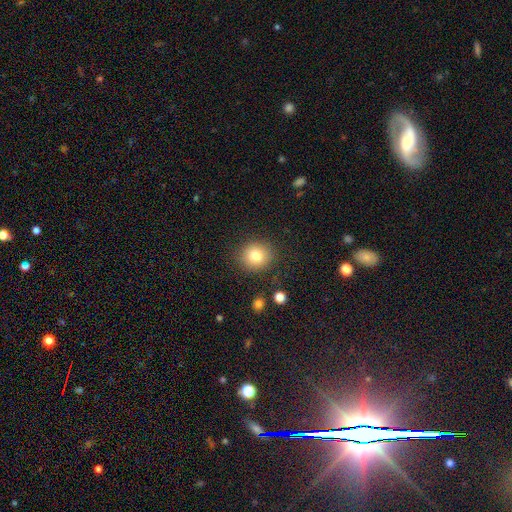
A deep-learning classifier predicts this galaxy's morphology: Overall: smooth (80%). How rounded: round (84%). Merging: none (87%).